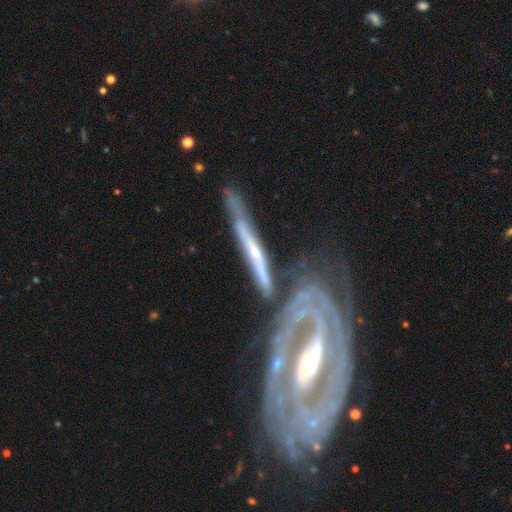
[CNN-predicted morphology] Overall: featured or disk (77%). Edge-on disk: yes (61%; no 39%). Merging: none (47%; merger 24%).